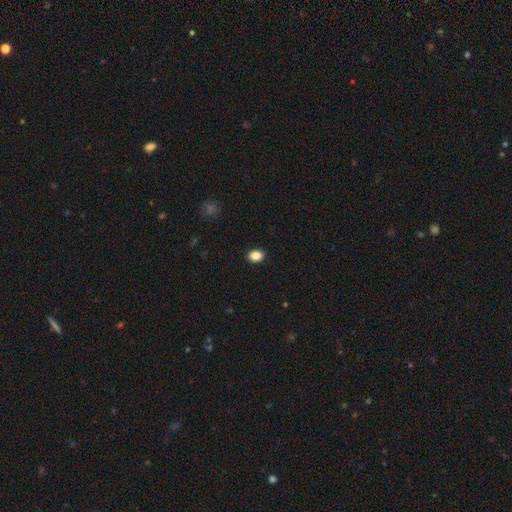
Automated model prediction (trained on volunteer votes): A smooth galaxy with no disk features (87%) that is in between round and cigar-shaped (62%).

Vote fractions:
- Smooth or featured? smooth: 87% / star or artifact: 9% / featured or disk: 4%
- How rounded? in between: 62% / round: 37% / cigar-shaped: 1%
- Merging? none: 91% / minor disturbance: 7% / major disturbance: 2% / merger: 1%